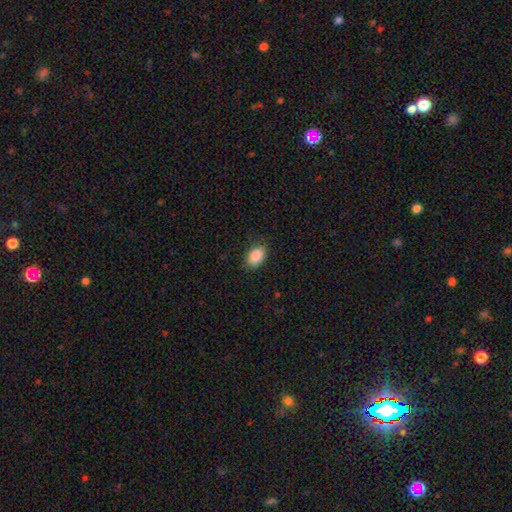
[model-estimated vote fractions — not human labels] A smooth galaxy with no disk features (89%) that is in between round and cigar-shaped (88%). Merging: none (82%).